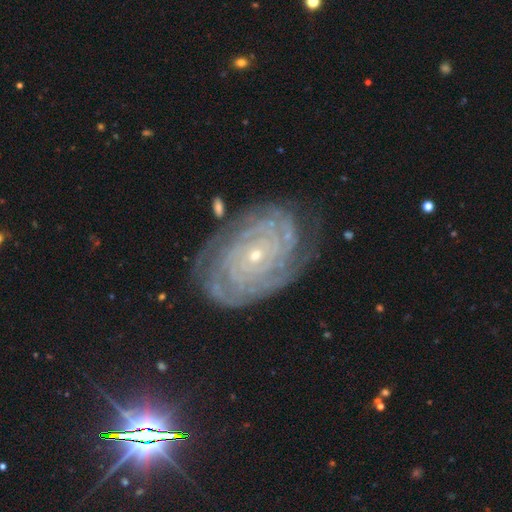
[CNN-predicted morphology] Smooth or featured: featured or disk — 88% (star or artifact — 7%)
Edge-on disk: no — 97% (yes — 3%)
Bar: no — 78% (weak — 15%)
Spiral arms: yes — 97% (no — 3%)
Spiral winding: tight — 86% (medium — 11%)
Spiral arm count: can't tell — 30% (more than 4 — 18%)
Bulge size: small — 83% (moderate — 13%)
Merging: none — 76% (minor disturbance — 17%)